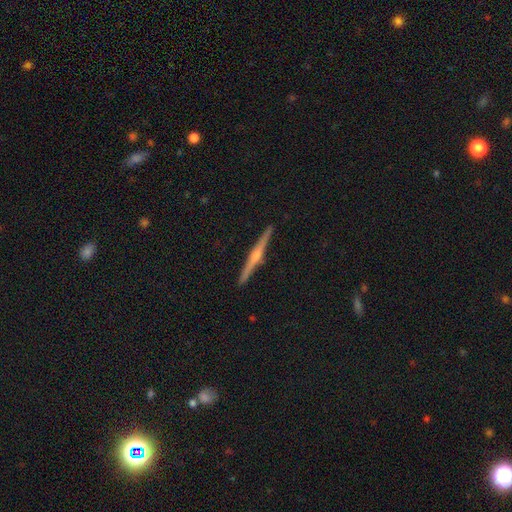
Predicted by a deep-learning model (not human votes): A featured or disk galaxy (80%) viewed edge-on (99%) with a rounded central bulge (83%).

Vote fractions:
- Smooth or featured? featured or disk: 80% / smooth: 14% / star or artifact: 6%
- Edge-on disk? yes: 99% / no: 1%
- Edge-on bulge? rounded: 83% / boxy: 9% / none: 8%
- Merging? none: 93% / minor disturbance: 5% / major disturbance: 1% / merger: 1%